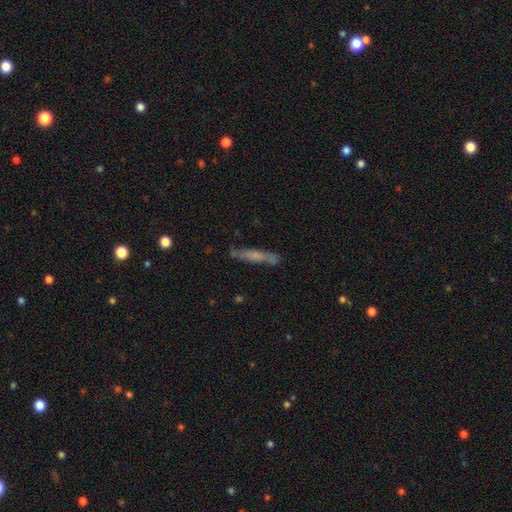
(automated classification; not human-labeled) The model was most divided on "smooth or featured": smooth: 48%, featured or disk: 43%, star or artifact: 9%. More confident: merging — none (77%).